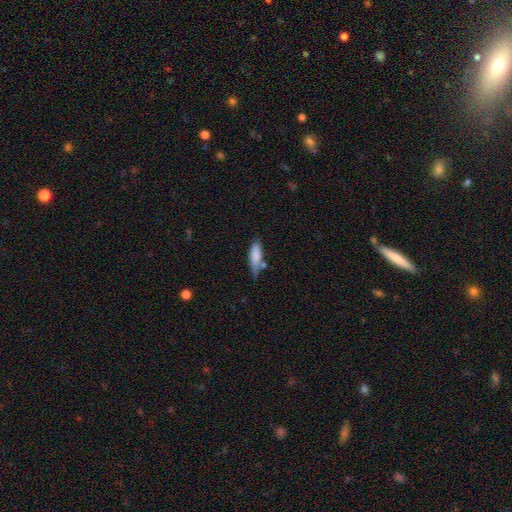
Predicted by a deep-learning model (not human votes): smooth_or_featured: smooth (p=0.80) [alt: featured or disk p=0.13]
how_rounded: in between (p=0.51) [alt: cigar-shaped p=0.47]
merging: none (p=0.50) [alt: minor disturbance p=0.29]